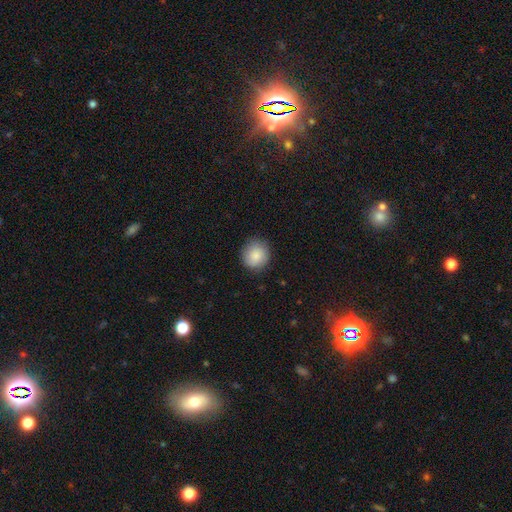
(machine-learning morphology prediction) A smooth galaxy with no disk features (85%) that is round (86%).

Vote fractions:
- Smooth or featured? smooth: 85% / featured or disk: 8% / star or artifact: 7%
- How rounded? round: 86% / in between: 13% / cigar-shaped: 1%
- Merging? none: 85% / minor disturbance: 11% / major disturbance: 3% / merger: 1%